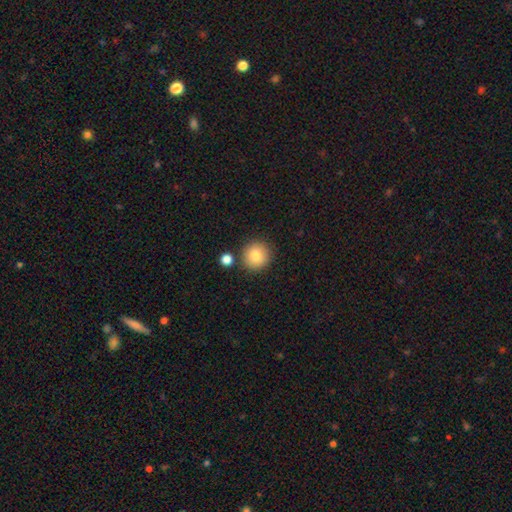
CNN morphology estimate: This appears to be a smooth galaxy with no disk features (84%) that is round (94%). Merging: none (84%).